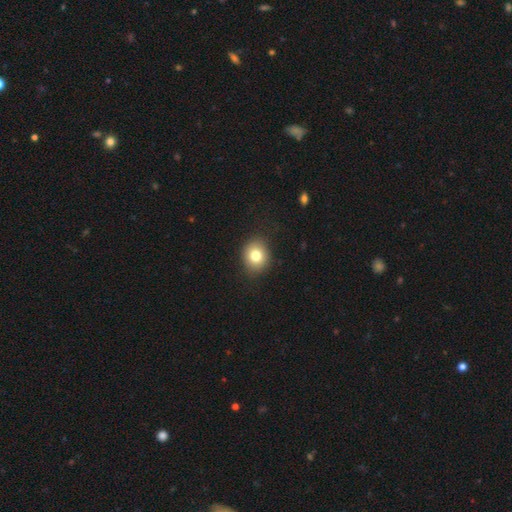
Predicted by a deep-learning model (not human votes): Q: Smooth or featured?
A: smooth (80%); runner-up: star or artifact (11%)
Q: How rounded?
A: round (71%); runner-up: in between (28%)
Q: Merging?
A: none (87%); runner-up: minor disturbance (9%)